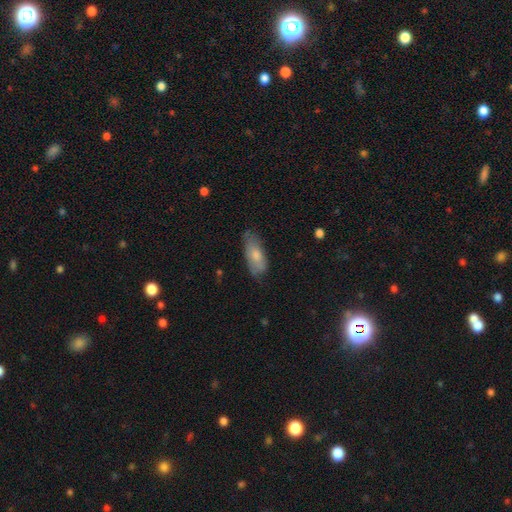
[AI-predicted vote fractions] Overall: smooth (71%). How rounded: in between (81%). Merging: none (62%; minor disturbance 29%).